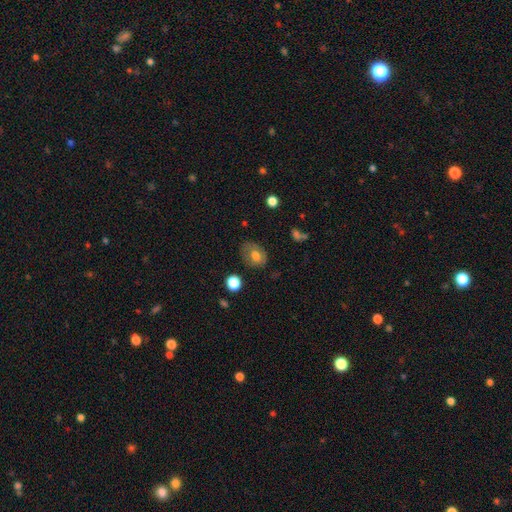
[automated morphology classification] Smooth or featured?
  - smooth: 70% *
  - featured or disk: 20%
  - star or artifact: 9%
How rounded?
  - in between: 61% *
  - round: 38%
  - cigar-shaped: 1%
Merging?
  - none: 68% *
  - minor disturbance: 22%
  - major disturbance: 7%
  - merger: 2%